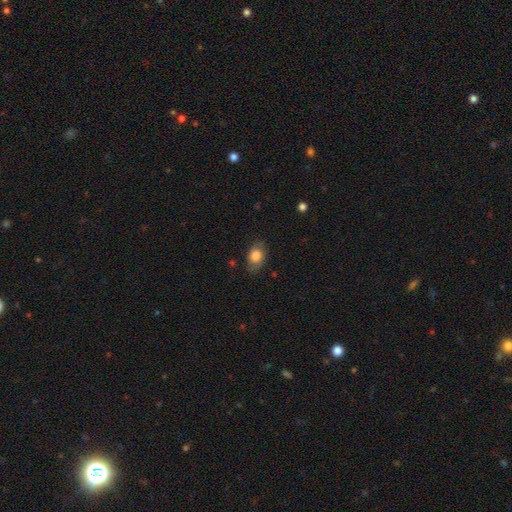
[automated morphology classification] A smooth galaxy with no disk features (81%) that is in between round and cigar-shaped (77%). Merging: none (75%).